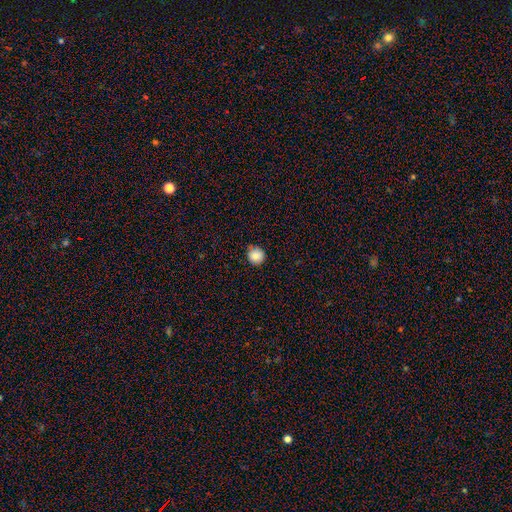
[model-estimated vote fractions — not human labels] Smooth or featured? smooth (86%)
How rounded? round (92%)
Merging? none (83%)